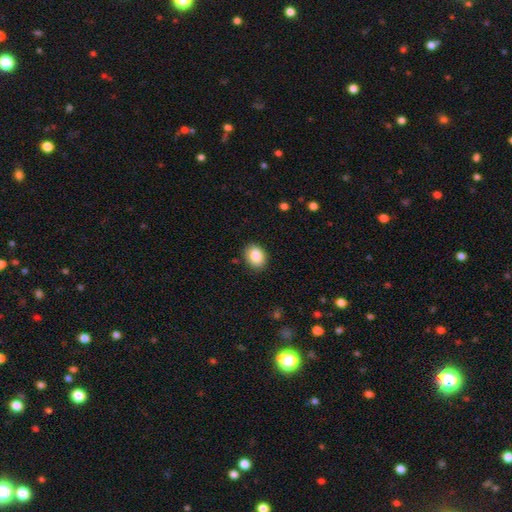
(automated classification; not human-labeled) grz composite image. It shows a smooth galaxy with no disk features (85%) that is in between round and cigar-shaped (61%). Merging: none (87%).